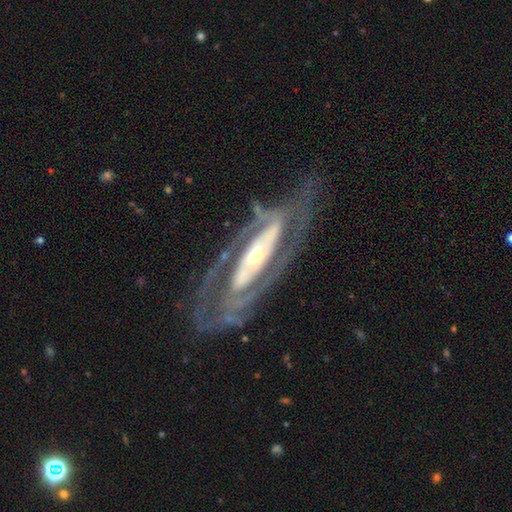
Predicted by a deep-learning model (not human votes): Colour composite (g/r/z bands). It shows a featured or disk galaxy (88%) with a strong bar (40%), 2 (73%) tight (54%) spiral arms (91%) and a small central bulge (52%). Merging: none (72%).